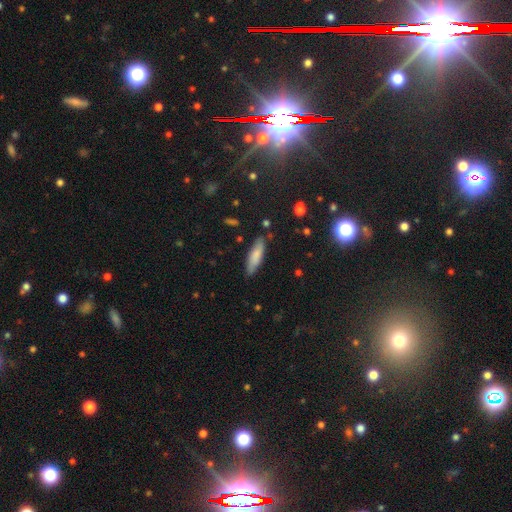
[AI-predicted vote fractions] This appears to be a smooth galaxy with no disk features (77%) that is cigar-shaped (57%). Merging: none (81%).